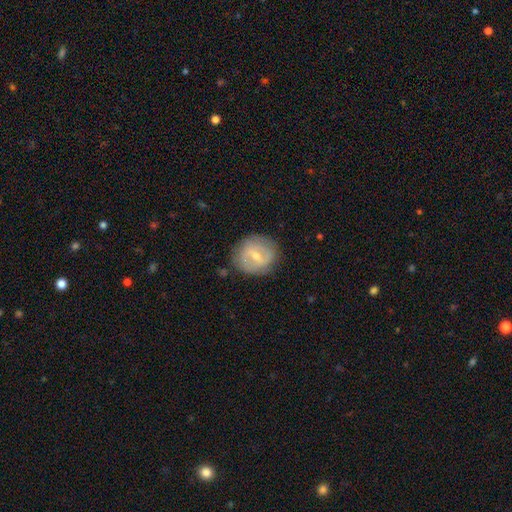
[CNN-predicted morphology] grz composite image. It shows a featured or disk galaxy (59%) with a weak bar (53%), spiral arms (63%) and a small central bulge (54%). Merging: none (79%).